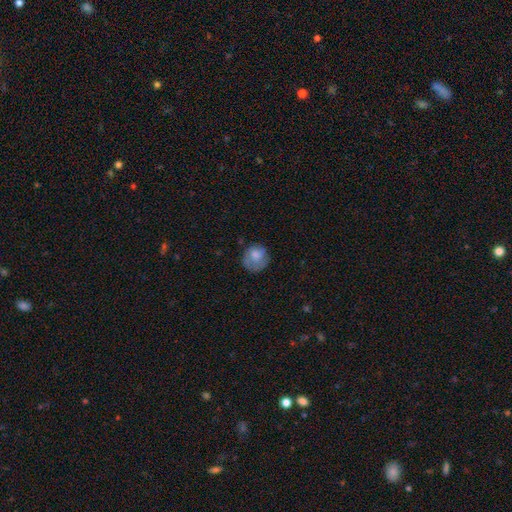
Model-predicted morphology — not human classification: The model was most divided on "merging": none: 57%, minor disturbance: 26%, major disturbance: 15%, merger: 2%. More confident: how rounded — round (78%); smooth or featured — smooth (69%).